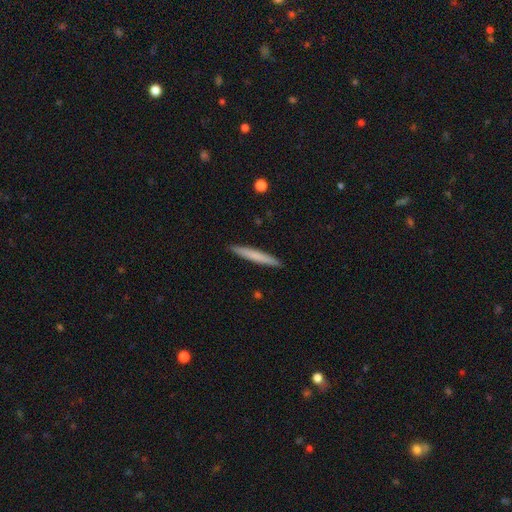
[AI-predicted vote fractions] A smooth galaxy with no disk features (71%) that is cigar-shaped (96%).

Vote fractions:
- Smooth or featured? smooth: 71% / featured or disk: 23% / star or artifact: 5%
- How rounded? cigar-shaped: 96% / in between: 2% / round: 1%
- Merging? none: 92% / minor disturbance: 5% / major disturbance: 1% / merger: 1%